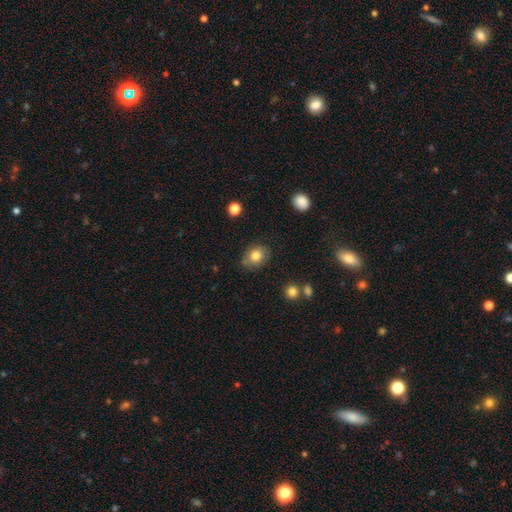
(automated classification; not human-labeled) Smooth or featured?
  - smooth: 79% *
  - featured or disk: 12%
  - star or artifact: 9%
How rounded?
  - in between: 58% *
  - round: 41%
  - cigar-shaped: 1%
Merging?
  - none: 78% *
  - minor disturbance: 17%
  - major disturbance: 4%
  - merger: 2%